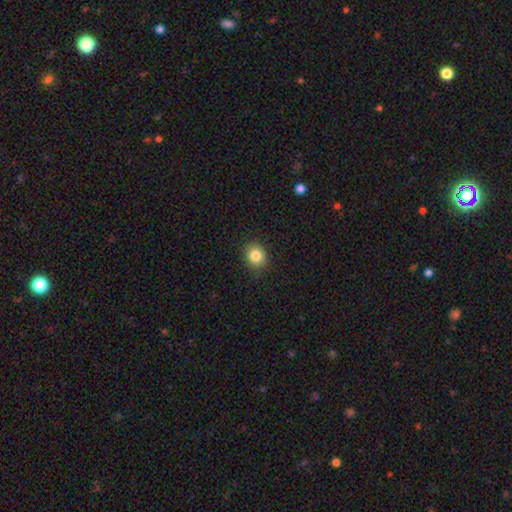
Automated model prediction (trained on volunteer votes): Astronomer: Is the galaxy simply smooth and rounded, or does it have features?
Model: smooth — 84%.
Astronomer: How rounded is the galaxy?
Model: round — 73%.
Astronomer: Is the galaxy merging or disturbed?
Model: none — 88%.